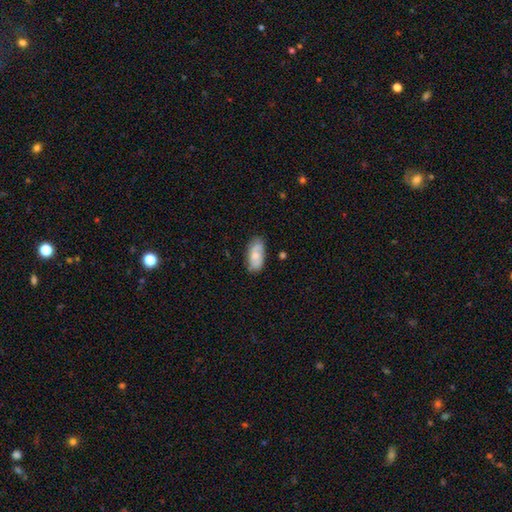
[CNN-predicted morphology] A smooth galaxy with no disk features (61%) that is in between round and cigar-shaped (91%).

Vote fractions:
- Smooth or featured? smooth: 61% / featured or disk: 32% / star or artifact: 7%
- How rounded? in between: 91% / cigar-shaped: 6% / round: 3%
- Merging? none: 75% / minor disturbance: 19% / major disturbance: 4% / merger: 2%